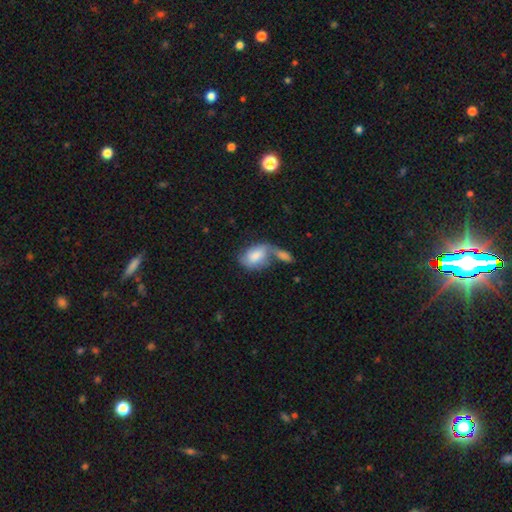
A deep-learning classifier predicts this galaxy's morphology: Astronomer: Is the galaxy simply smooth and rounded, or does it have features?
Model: smooth — 71%.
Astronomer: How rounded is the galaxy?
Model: in between — 86%.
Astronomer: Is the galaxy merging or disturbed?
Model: merger — 52%.